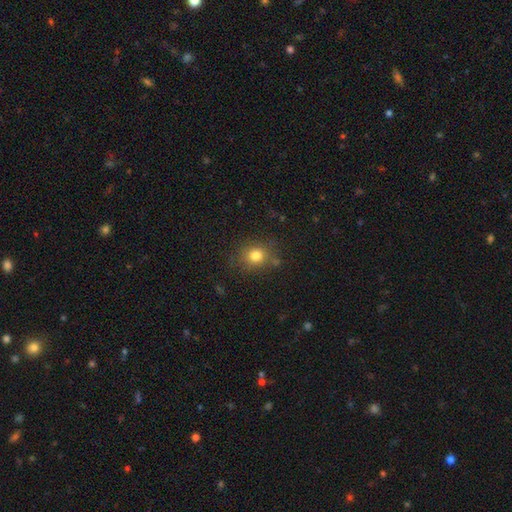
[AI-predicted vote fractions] The model was most divided on "how rounded": round: 73%, in between: 26%, cigar-shaped: 1%. More confident: merging — none (80%); smooth or featured — smooth (80%).